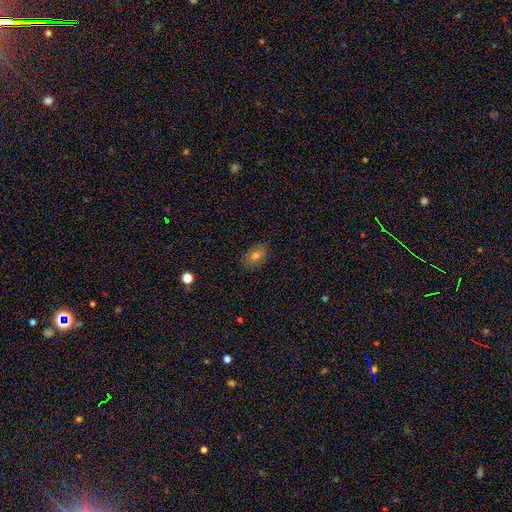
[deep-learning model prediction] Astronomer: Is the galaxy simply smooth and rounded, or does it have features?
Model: smooth — 58%.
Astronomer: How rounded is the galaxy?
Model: in between — 79%.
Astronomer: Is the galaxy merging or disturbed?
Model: none — 83%.